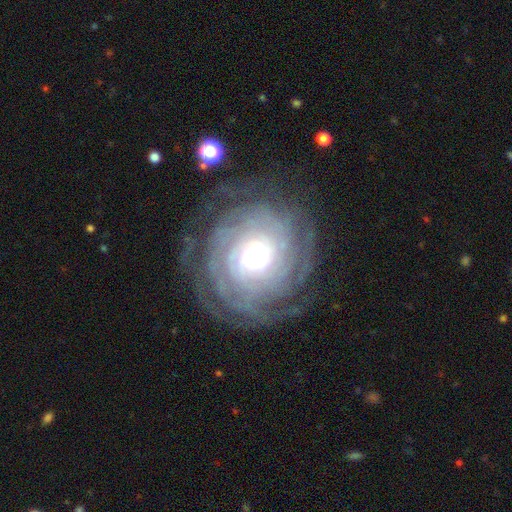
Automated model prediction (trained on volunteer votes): Smooth or featured: featured or disk — 87% (smooth — 7%)
Edge-on disk: no — 97% (yes — 3%)
Bar: no — 77% (weak — 16%)
Spiral arms: yes — 97% (no — 3%)
Spiral winding: tight — 81% (medium — 15%)
Spiral arm count: can't tell — 31% (more than 4 — 16%)
Bulge size: moderate — 51% (large — 26%)
Merging: none — 76% (minor disturbance — 13%)